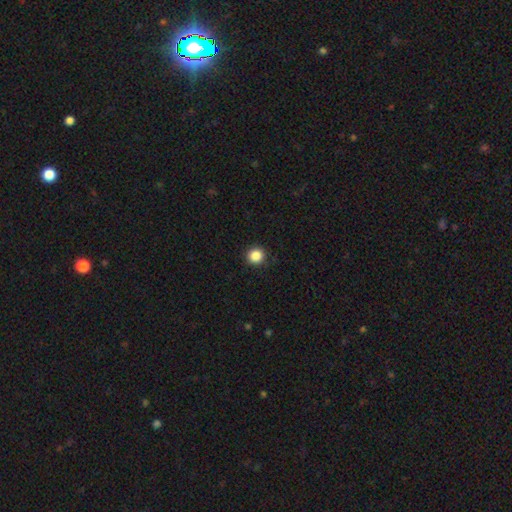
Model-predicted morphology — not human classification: A smooth galaxy with no disk features (87%) that is round (94%). Merging: none (92%).